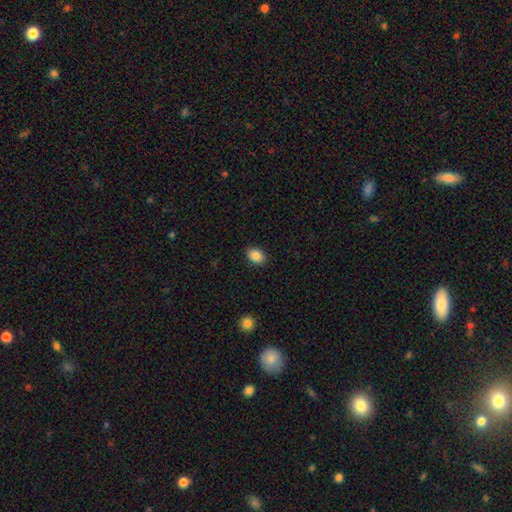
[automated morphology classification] Smooth or featured? Predicted: smooth (p=0.87). How rounded? Predicted: in between (p=0.73). Merging? Predicted: none (p=0.89).